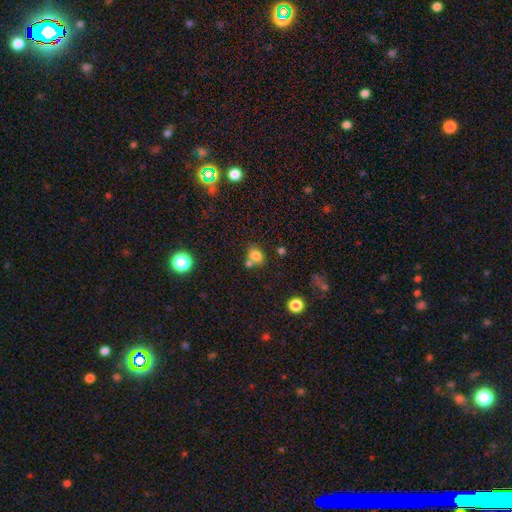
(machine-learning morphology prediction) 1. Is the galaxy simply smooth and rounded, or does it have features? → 78% smooth, 13% star or artifact, 9% featured or disk.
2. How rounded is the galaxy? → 51% in between, 48% round, 1% cigar-shaped.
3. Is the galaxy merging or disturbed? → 56% none, 28% merger, 12% minor disturbance, 4% major disturbance.